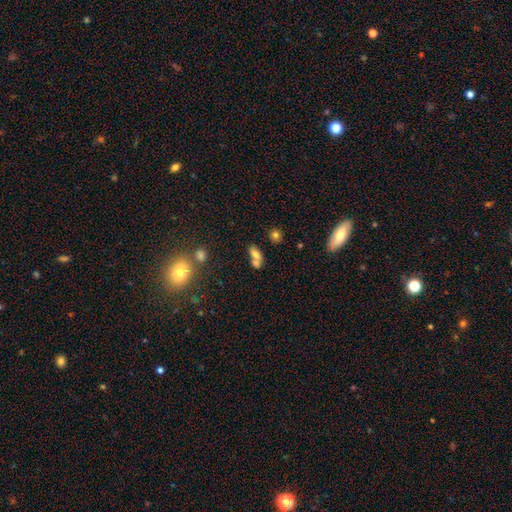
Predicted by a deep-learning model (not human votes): Q: Smooth or featured?
A: smooth (70%); runner-up: featured or disk (17%)
Q: How rounded?
A: in between (74%); runner-up: round (20%)
Q: Merging?
A: merger (57%); runner-up: none (28%)